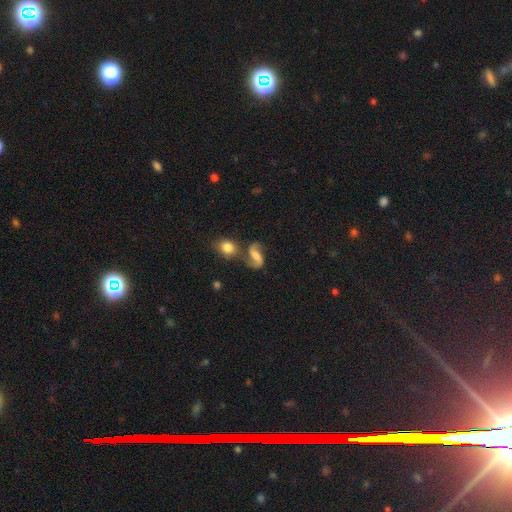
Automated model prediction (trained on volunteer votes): A featured or disk galaxy (64%) with a weak bar (42%), 2 (90%) loose (61%) spiral arms (92%) and no central bulge (29%).

Vote fractions:
- Smooth or featured? featured or disk: 64% / smooth: 27% / star or artifact: 10%
- Edge-on disk? no: 96% / yes: 4%
- Bar? weak: 42% / no: 31% / strong: 27%
- Spiral arms? yes: 92% / no: 8%
- Spiral winding? loose: 61% / medium: 31% / tight: 8%
- Spiral arm count? 2: 90% / 1: 4% / can't tell: 3% / 3: 1% / 4: 1% / more than 4: 1%
- Bulge size? none: 29% / moderate: 28% / small: 26% / large: 14% / dominant: 3%
- Merging? none: 49% / merger: 25% / minor disturbance: 16% / major disturbance: 10%